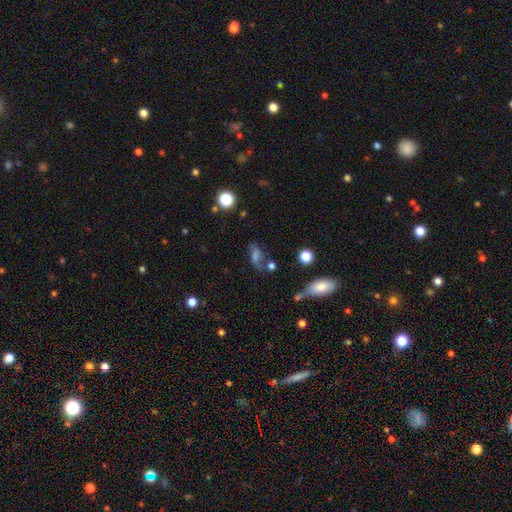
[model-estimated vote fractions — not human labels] featured or disk 44%, smooth 38%, star or artifact 19%. Down the decision tree: merging — none (53%).